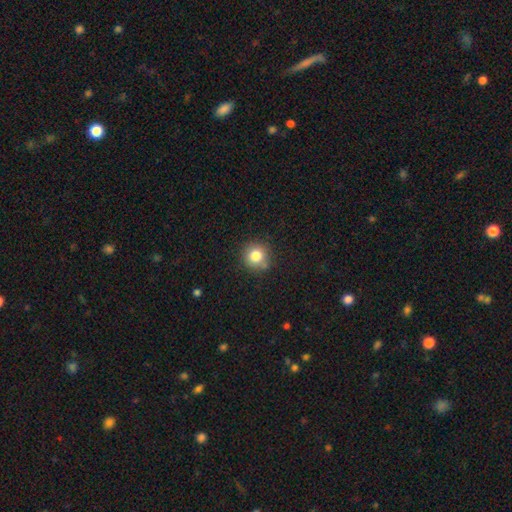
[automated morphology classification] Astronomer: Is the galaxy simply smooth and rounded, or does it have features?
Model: smooth — 81%.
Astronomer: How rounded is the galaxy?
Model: round — 92%.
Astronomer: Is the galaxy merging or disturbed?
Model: none — 81%.